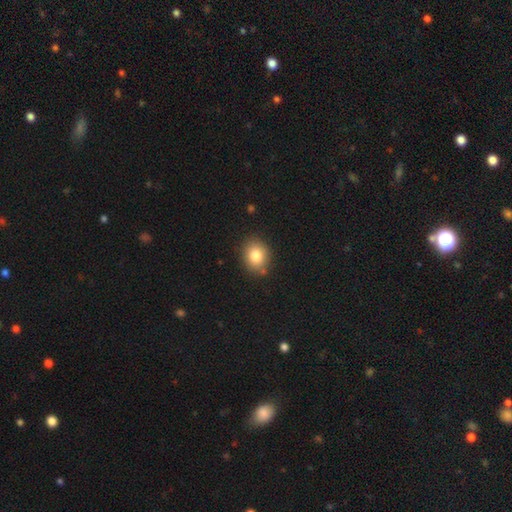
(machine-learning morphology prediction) A smooth galaxy with no disk features (82%) that is round (56%). Merging: none (84%).